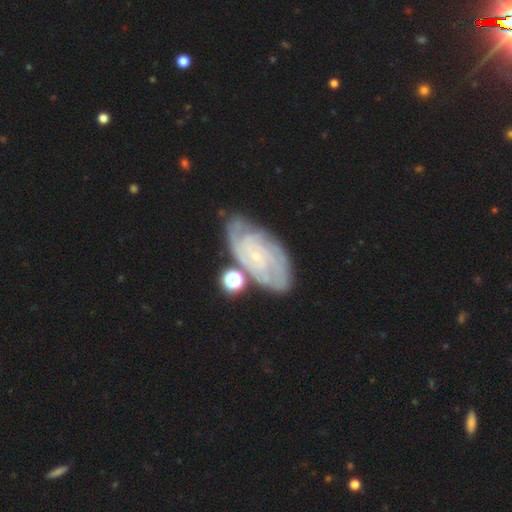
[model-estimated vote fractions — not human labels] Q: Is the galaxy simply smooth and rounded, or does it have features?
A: featured or disk — 81%.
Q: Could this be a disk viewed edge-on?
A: no — 95%.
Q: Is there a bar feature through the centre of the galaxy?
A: no — 74%.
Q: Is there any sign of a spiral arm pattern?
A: yes — 95%.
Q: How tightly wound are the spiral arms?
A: tight — 73%.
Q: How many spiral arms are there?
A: can't tell — 37%.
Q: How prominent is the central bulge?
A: small — 84%.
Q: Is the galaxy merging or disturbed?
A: none — 67%.